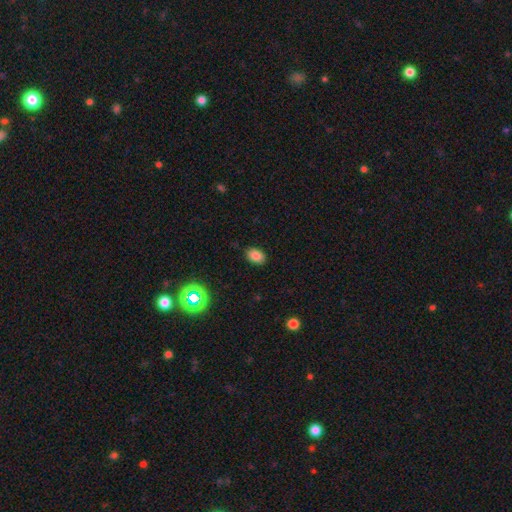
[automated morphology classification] Overall: smooth (81%). How rounded: in between (80%). Merging: none (87%).